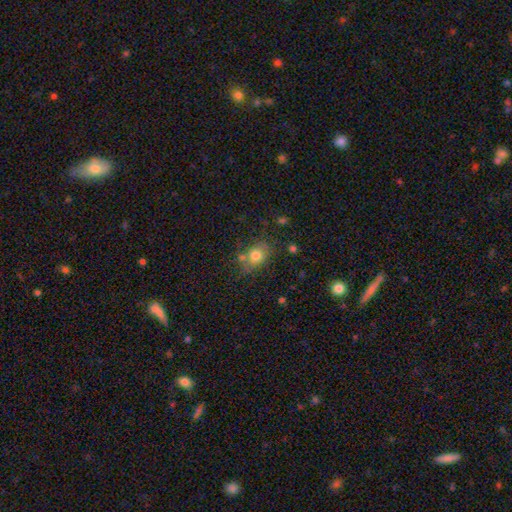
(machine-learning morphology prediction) This appears to be a smooth galaxy with no disk features (74%) that is in between round and cigar-shaped (60%). Merging: none (60%).